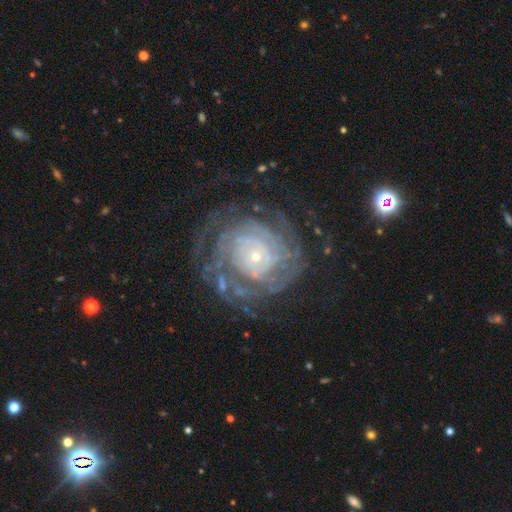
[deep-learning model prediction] Q: Smooth or featured?
A: featured or disk (87%); runner-up: smooth (7%)
Q: Edge-on disk?
A: no (98%); runner-up: yes (2%)
Q: Bar?
A: no (80%); runner-up: weak (15%)
Q: Spiral arms?
A: yes (94%); runner-up: no (6%)
Q: Spiral winding?
A: tight (77%); runner-up: medium (18%)
Q: Spiral arm count?
A: can't tell (35%); runner-up: more than 4 (18%)
Q: Bulge size?
A: small (81%); runner-up: moderate (13%)
Q: Merging?
A: none (69%); runner-up: minor disturbance (16%)